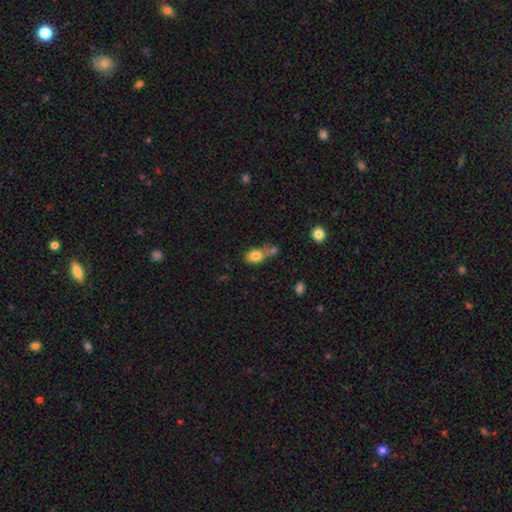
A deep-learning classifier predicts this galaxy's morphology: A smooth galaxy with no disk features (80%) that is in between round and cigar-shaped (66%).

Vote fractions:
- Smooth or featured? smooth: 80% / featured or disk: 10% / star or artifact: 9%
- How rounded? in between: 66% / round: 32% / cigar-shaped: 2%
- Merging? none: 40% / merger: 37% / minor disturbance: 16% / major disturbance: 7%